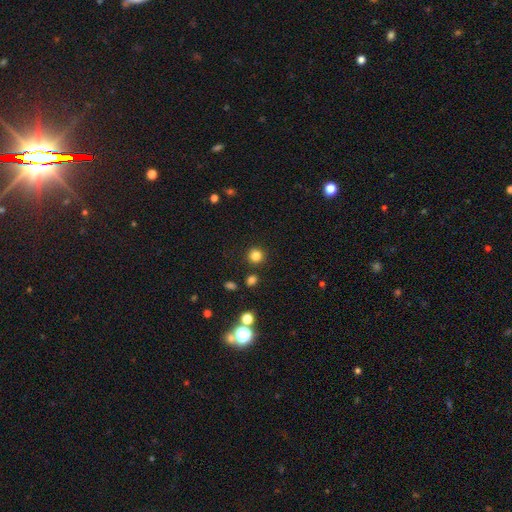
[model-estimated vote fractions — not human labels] Smooth or featured: smooth — 81% (star or artifact — 14%)
How rounded: round — 94% (in between — 6%)
Merging: none — 89% (minor disturbance — 6%)